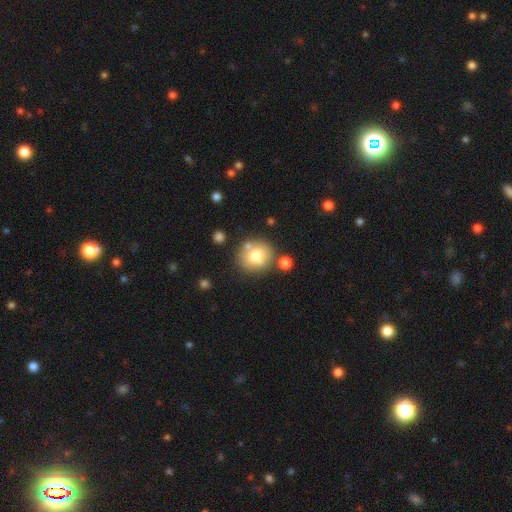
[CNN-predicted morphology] This is likely a smooth galaxy (72%). How rounded: clearly round (86%). Merging: likely none (70%).